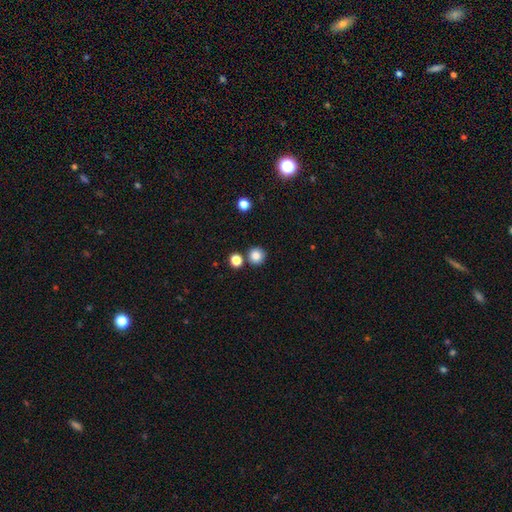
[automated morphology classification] Q: Smooth or featured?
A: smooth (85%); runner-up: star or artifact (11%)
Q: How rounded?
A: round (94%); runner-up: in between (6%)
Q: Merging?
A: none (81%); runner-up: merger (9%)